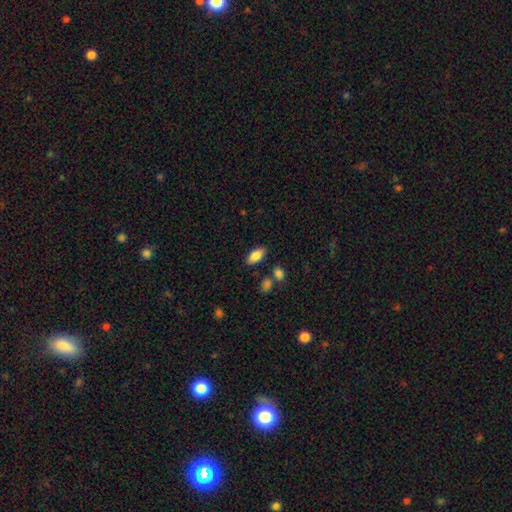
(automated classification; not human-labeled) Q: Smooth or featured?
A: smooth (83%); runner-up: featured or disk (10%)
Q: How rounded?
A: in between (89%); runner-up: cigar-shaped (9%)
Q: Merging?
A: none (83%); runner-up: minor disturbance (10%)